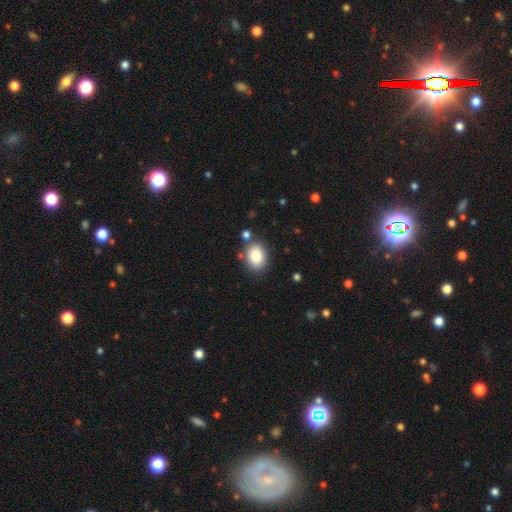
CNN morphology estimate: smooth_or_featured: smooth (p=0.85) [alt: star or artifact p=0.08]
how_rounded: in between (p=0.76) [alt: round p=0.23]
merging: none (p=0.78) [alt: minor disturbance p=0.12]